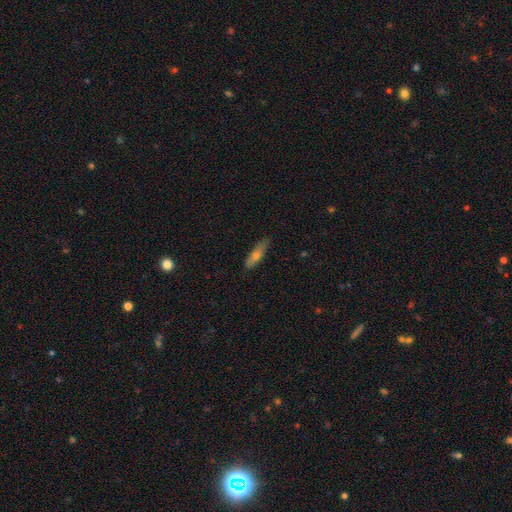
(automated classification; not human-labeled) Morphology: type=smooth (60%); roundness=cigar-shaped (64%); merging=none (81%).